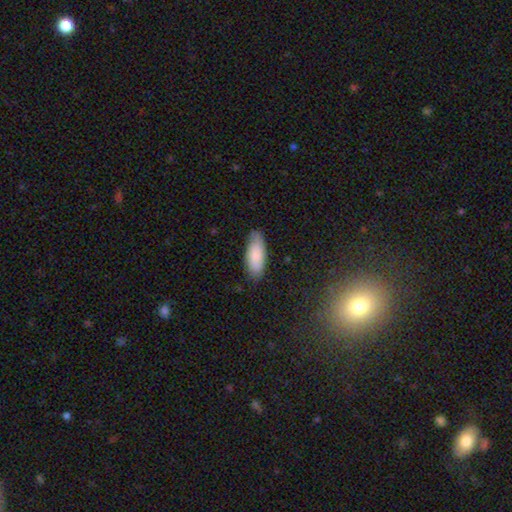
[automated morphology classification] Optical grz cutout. It shows a smooth galaxy with no disk features (83%) that is in between round and cigar-shaped (81%). Merging: none (75%).